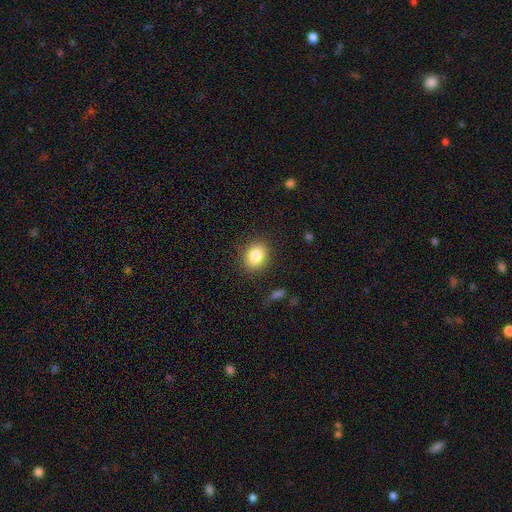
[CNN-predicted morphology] A smooth galaxy with no disk features (84%) that is in between round and cigar-shaped (51%).

Vote fractions:
- Smooth or featured? smooth: 84% / star or artifact: 9% / featured or disk: 7%
- How rounded? in between: 51% / round: 48% / cigar-shaped: 1%
- Merging? none: 86% / minor disturbance: 10% / major disturbance: 3% / merger: 1%